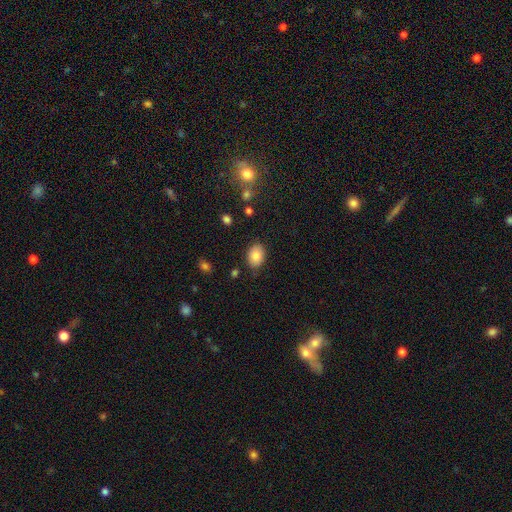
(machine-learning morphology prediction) smooth_or_featured: smooth (p=0.85) [alt: star or artifact p=0.08]
how_rounded: in between (p=0.77) [alt: round p=0.22]
merging: none (p=0.84) [alt: minor disturbance p=0.11]